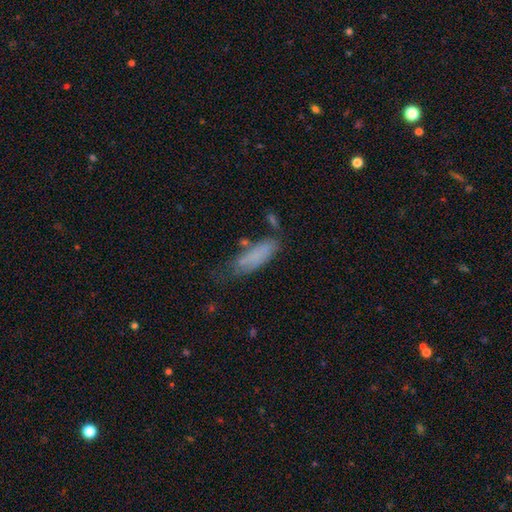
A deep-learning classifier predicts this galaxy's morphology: smooth_or_featured: smooth (p=0.74) [alt: featured or disk p=0.17]
how_rounded: in between (p=0.52) [alt: cigar-shaped p=0.46]
merging: none (p=0.44) [alt: minor disturbance p=0.31]